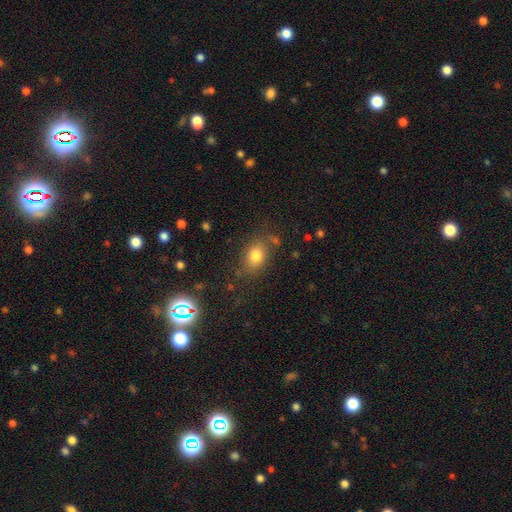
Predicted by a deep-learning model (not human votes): This appears to be a smooth galaxy with no disk features (79%) that is in between round and cigar-shaped (72%). Merging: none (73%).